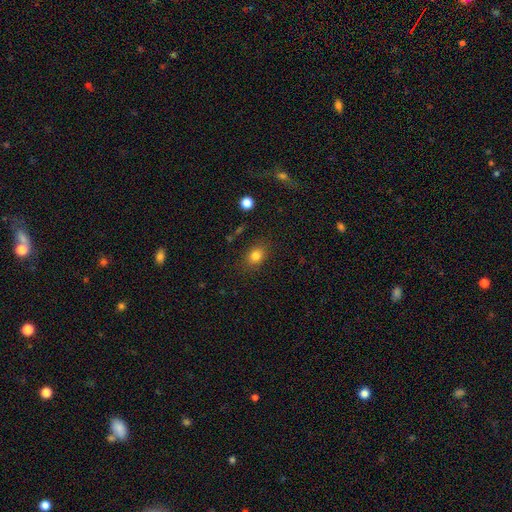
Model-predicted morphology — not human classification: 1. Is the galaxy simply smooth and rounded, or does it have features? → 82% smooth, 11% star or artifact, 7% featured or disk.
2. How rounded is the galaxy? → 60% in between, 39% round, 1% cigar-shaped.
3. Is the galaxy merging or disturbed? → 83% none, 12% minor disturbance, 3% major disturbance, 2% merger.